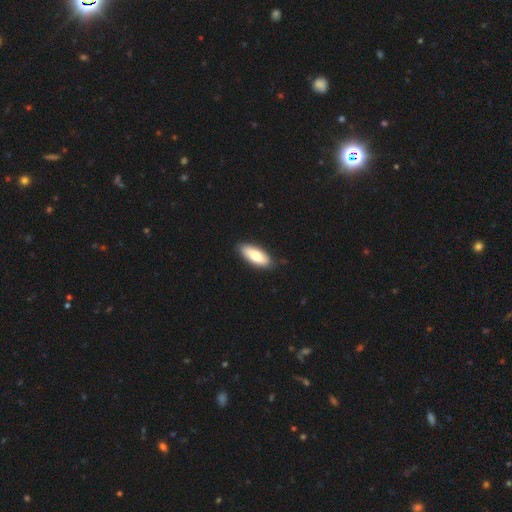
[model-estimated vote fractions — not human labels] Q: Smooth or featured?
A: smooth (74%); runner-up: featured or disk (21%)
Q: How rounded?
A: in between (80%); runner-up: cigar-shaped (18%)
Q: Merging?
A: none (88%); runner-up: minor disturbance (10%)